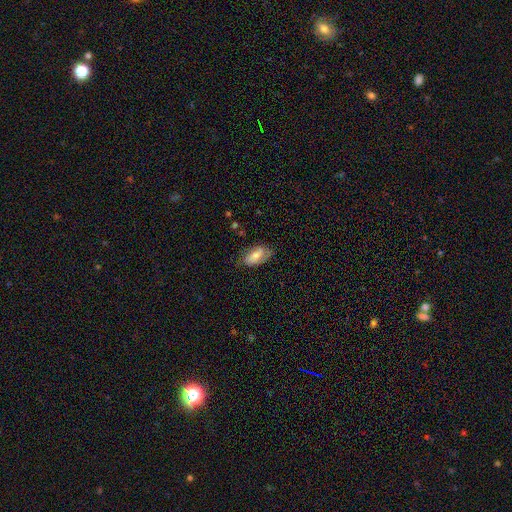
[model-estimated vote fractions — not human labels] A smooth galaxy with no disk features (56%) that is in between round and cigar-shaped (92%). Merging: none (68%).